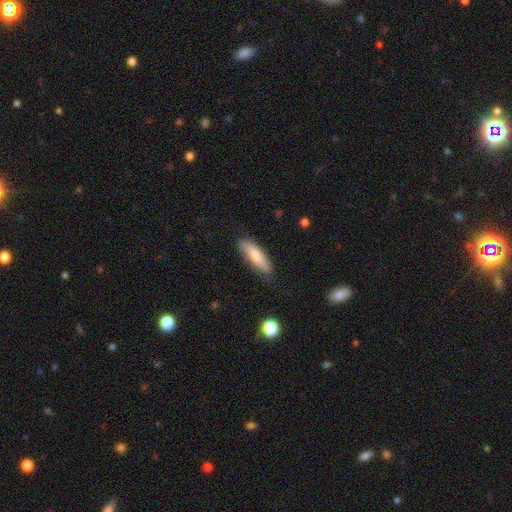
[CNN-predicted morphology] Overall: smooth (80%). How rounded: cigar-shaped (64%; in between 35%). Merging: none (77%).